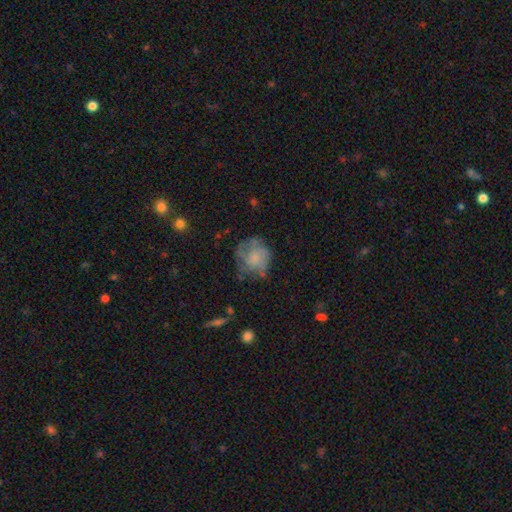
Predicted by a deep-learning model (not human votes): smooth-or-featured: smooth: 50% | featured or disk: 40% | star or artifact: 10%
  merging: none: 52% | minor disturbance: 26% | major disturbance: 20% | merger: 2%